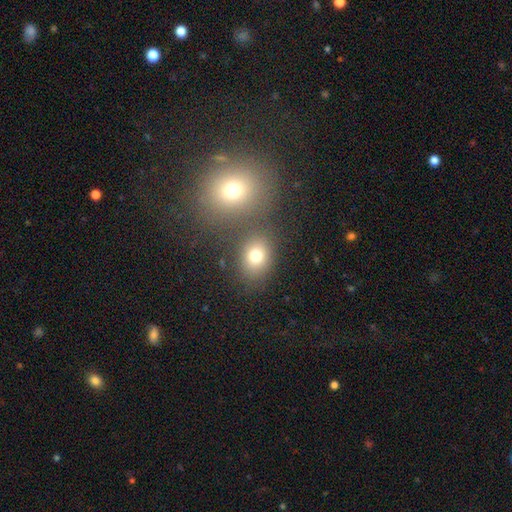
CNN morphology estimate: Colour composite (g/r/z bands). It shows a smooth galaxy with no disk features (75%) that is round (52%). Merging: none (70%).